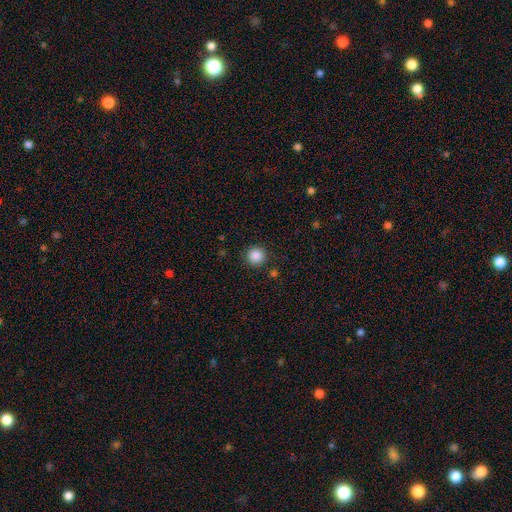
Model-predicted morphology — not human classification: The model was most divided on "smooth or featured": smooth: 87%, star or artifact: 10%, featured or disk: 3%. More confident: how rounded — round (95%); merging — none (90%).